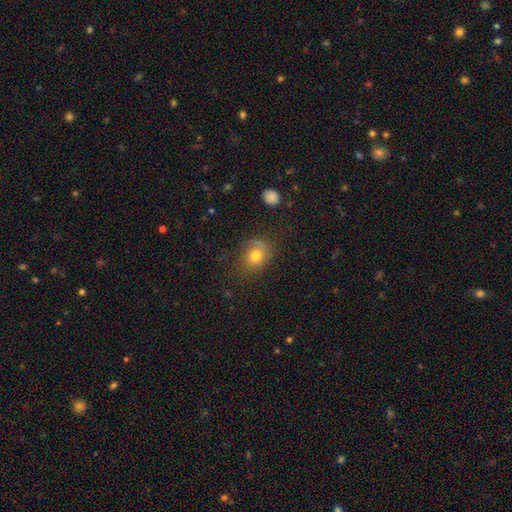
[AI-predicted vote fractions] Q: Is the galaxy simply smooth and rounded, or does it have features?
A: smooth — 73%.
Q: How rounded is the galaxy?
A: round — 55%.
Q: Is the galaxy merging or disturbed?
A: none — 61%.